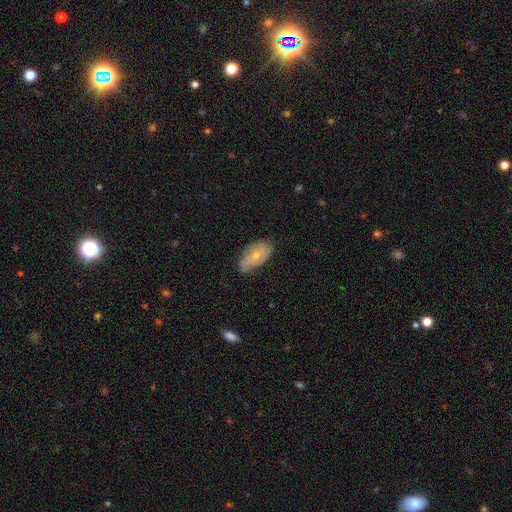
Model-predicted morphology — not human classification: type=smooth (63%); roundness=in between (91%); merging=none (65%).